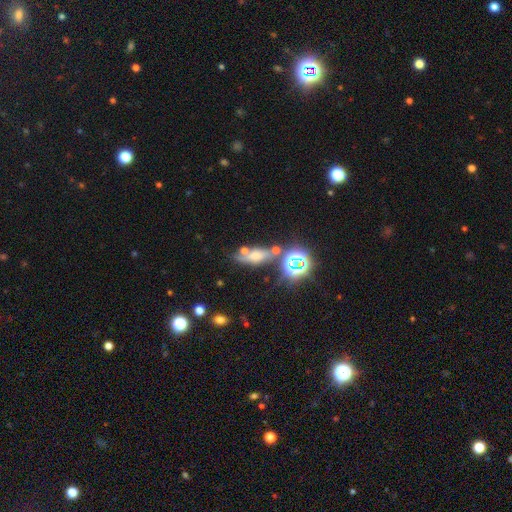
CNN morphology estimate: The model was most divided on "smooth or featured": smooth: 44%, star or artifact: 29%, featured or disk: 27%. More confident: merging — none (52%).